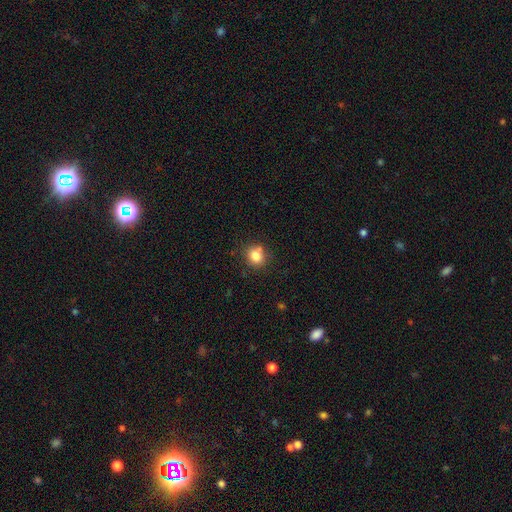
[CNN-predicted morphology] This appears to be a smooth galaxy with no disk features (81%) that is round (76%). Merging: none (71%).